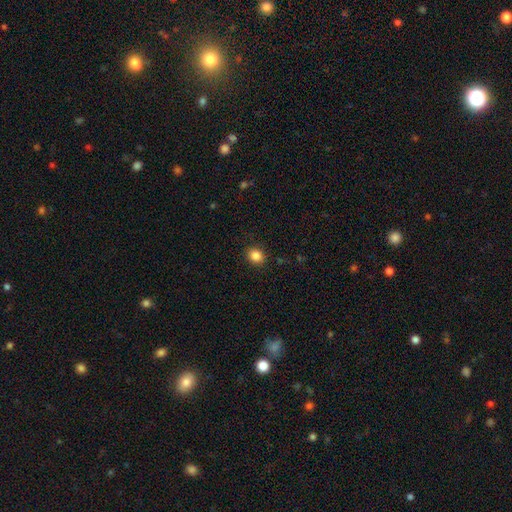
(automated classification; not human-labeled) This appears to be a smooth galaxy with no disk features (86%) that is round (71%). Merging: none (90%).